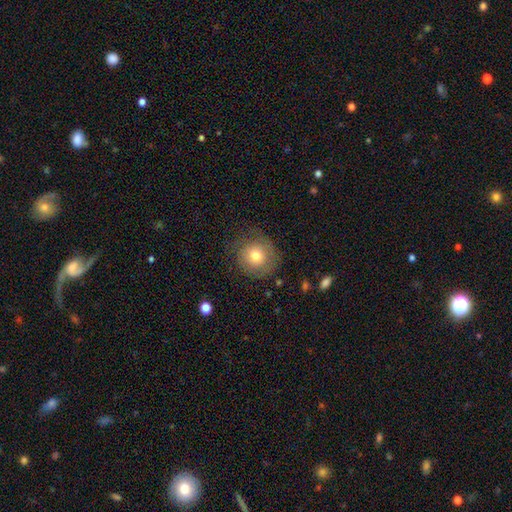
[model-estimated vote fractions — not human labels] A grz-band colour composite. It shows a smooth galaxy with no disk features (67%) that is round (90%). Merging: none (71%).